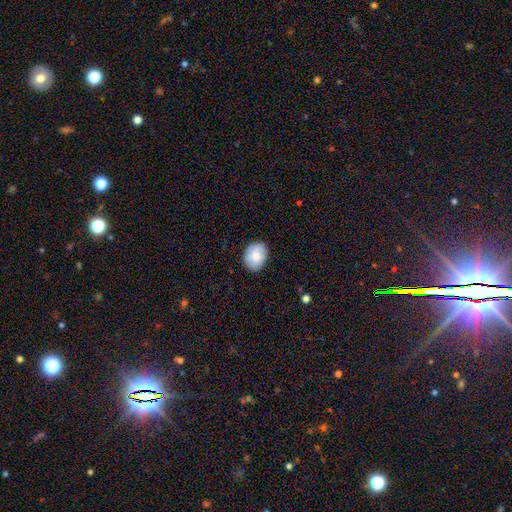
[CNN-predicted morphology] smooth_or_featured: smooth (p=0.81) [alt: featured or disk p=0.12]
how_rounded: in between (p=0.58) [alt: round p=0.41]
merging: none (p=0.85) [alt: minor disturbance p=0.12]